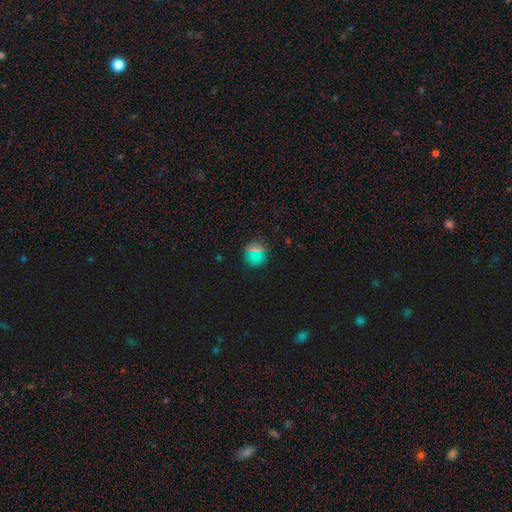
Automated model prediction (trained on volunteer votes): smooth 68%, star or artifact 26%, featured or disk 6%. Down the decision tree: how rounded — round (92%); merging — none (87%).